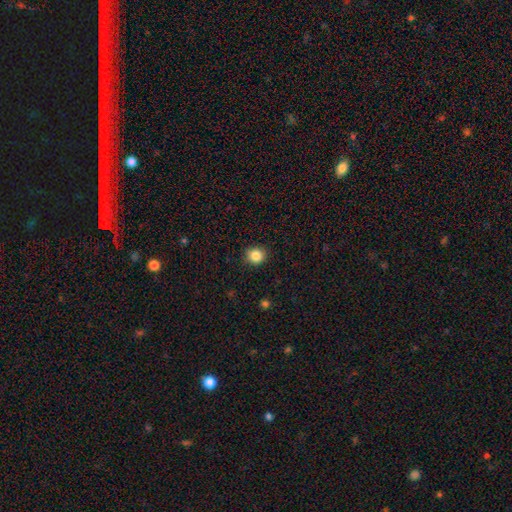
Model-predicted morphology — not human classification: A smooth galaxy with no disk features (86%) that is round (85%).

Vote fractions:
- Smooth or featured? smooth: 86% / star or artifact: 10% / featured or disk: 4%
- How rounded? round: 85% / in between: 14% / cigar-shaped: 1%
- Merging? none: 90% / minor disturbance: 7% / major disturbance: 2% / merger: 1%